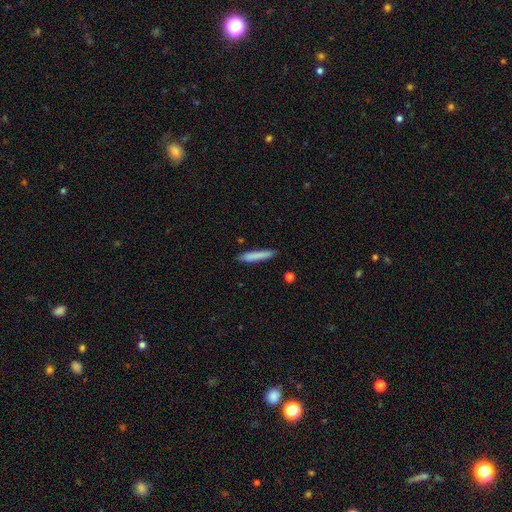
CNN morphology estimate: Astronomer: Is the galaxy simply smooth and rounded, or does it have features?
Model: smooth — 82%.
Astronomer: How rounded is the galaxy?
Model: cigar-shaped — 92%.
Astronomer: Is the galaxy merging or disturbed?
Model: none — 86%.